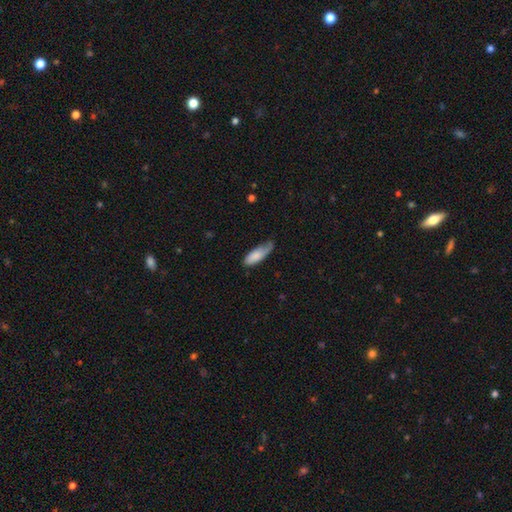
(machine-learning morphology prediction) Smooth or featured: smooth — 77% (featured or disk — 18%)
How rounded: in between — 64% (cigar-shaped — 34%)
Merging: none — 48% (minor disturbance — 38%)